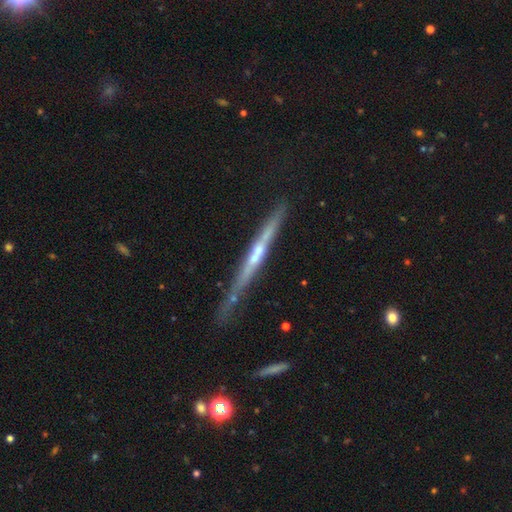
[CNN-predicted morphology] A featured or disk galaxy (74%) viewed edge-on (96%) with no central bulge (53%). Merging: none (73%).